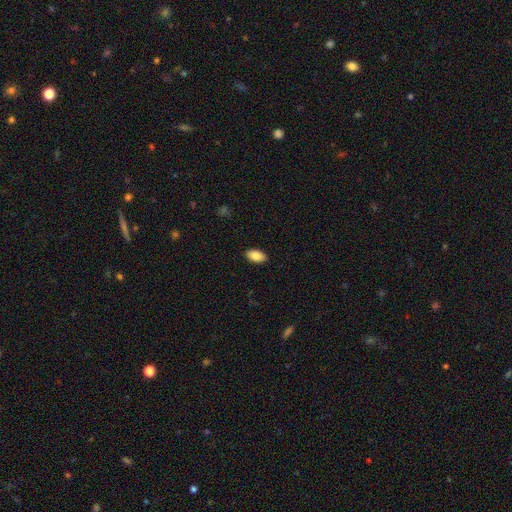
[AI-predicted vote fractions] Morphology: type=smooth (85%); roundness=in between (94%); merging=none (89%).